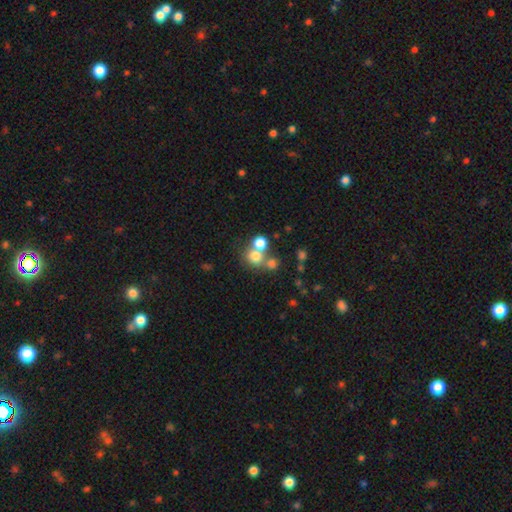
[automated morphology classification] This is likely a smooth galaxy (71%). How rounded: clearly round (84%). Merging: possibly none (47%).